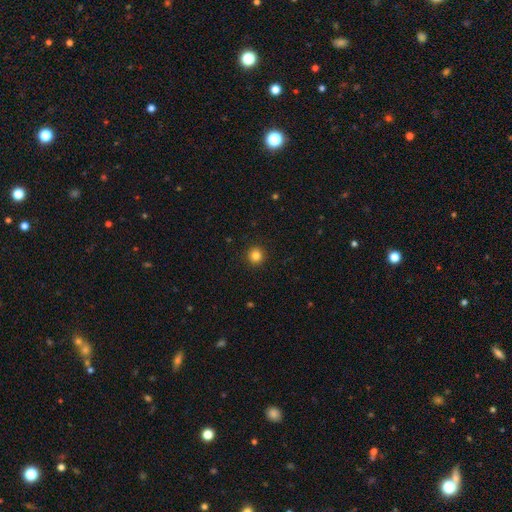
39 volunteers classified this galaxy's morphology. This appears to be a smooth galaxy with no disk features (90%) that is round (94%). Merging: none (94%).